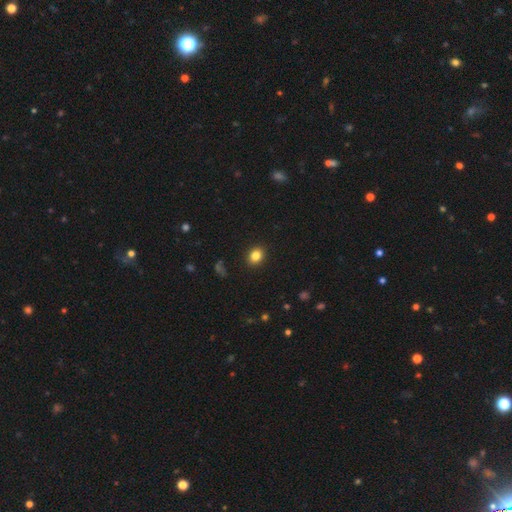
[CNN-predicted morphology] A smooth galaxy with no disk features (84%) that is round (56%). Merging: none (90%).